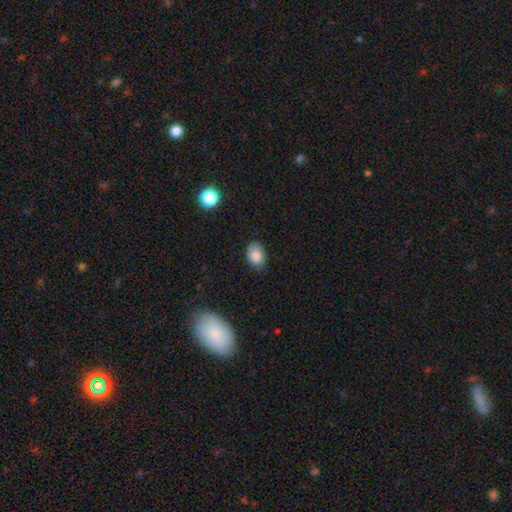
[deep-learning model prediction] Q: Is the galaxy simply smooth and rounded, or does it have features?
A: smooth — 83%.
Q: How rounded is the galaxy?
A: in between — 79%.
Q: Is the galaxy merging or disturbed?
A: none — 73%.